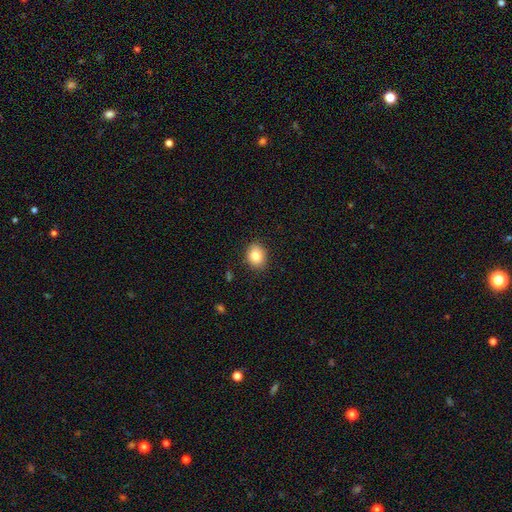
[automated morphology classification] Smooth or featured? smooth (83%)
How rounded? round (53%)
Merging? none (89%)